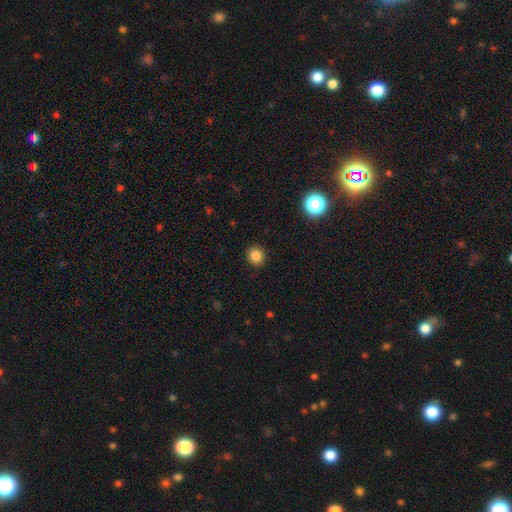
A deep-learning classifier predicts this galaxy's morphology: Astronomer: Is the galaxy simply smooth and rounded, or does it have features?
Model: smooth — 83%.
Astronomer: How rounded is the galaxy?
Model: round — 86%.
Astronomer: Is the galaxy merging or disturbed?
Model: none — 91%.